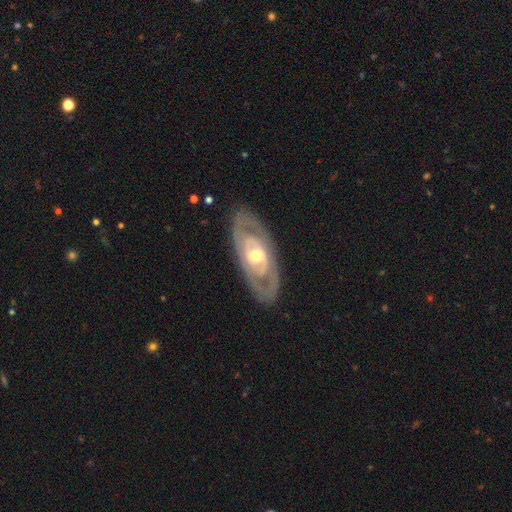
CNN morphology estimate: Smooth or featured: featured or disk — 79% (smooth — 17%)
Edge-on disk: no — 89% (yes — 11%)
Bar: no — 69% (weak — 22%)
Spiral arms: yes — 54% (no — 46%)
Bulge size: moderate — 68% (small — 23%)
Merging: none — 83% (minor disturbance — 11%)